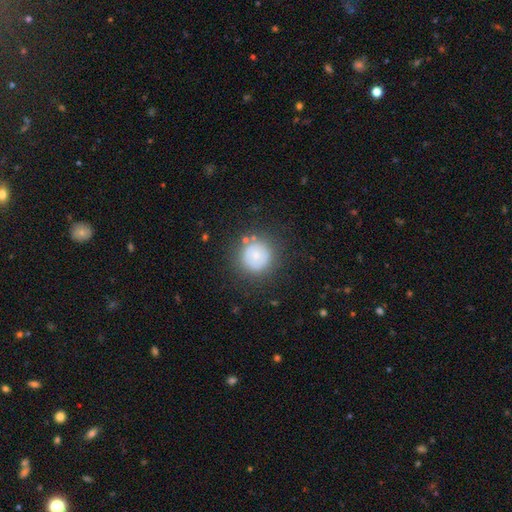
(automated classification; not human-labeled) A smooth galaxy with no disk features (66%) that is round (94%). Merging: none (79%).